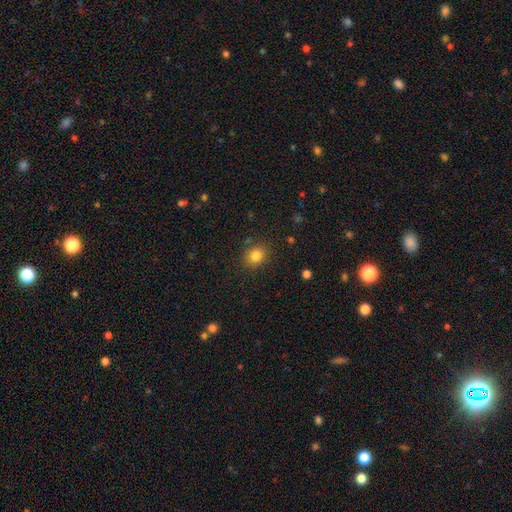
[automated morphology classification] Smooth or featured: smooth — 83% (star or artifact — 11%)
How rounded: round — 69% (in between — 30%)
Merging: none — 85% (minor disturbance — 10%)